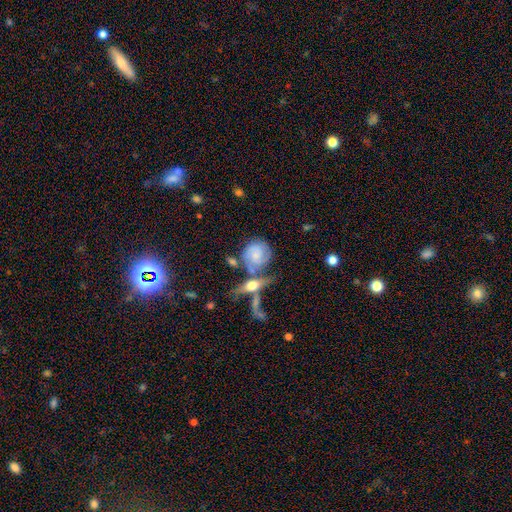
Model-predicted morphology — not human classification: A featured or disk galaxy (63%) with no bar (69%), 2 (51%) tight (51%) spiral arms (88%) and a small central bulge (52%). Merging: none (43%).